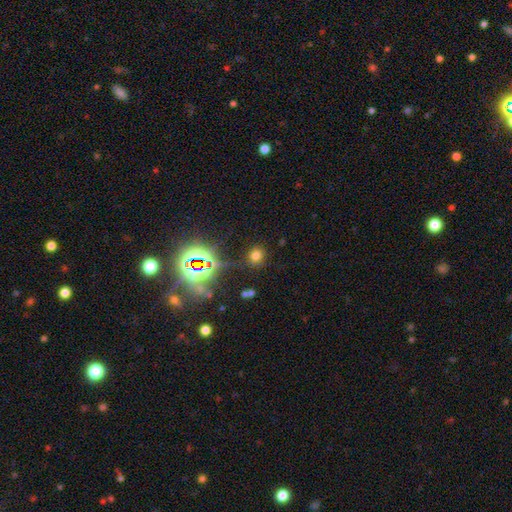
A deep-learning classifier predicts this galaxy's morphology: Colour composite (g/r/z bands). It shows a smooth galaxy with no disk features (64%) that is round (83%). Merging: none (85%).